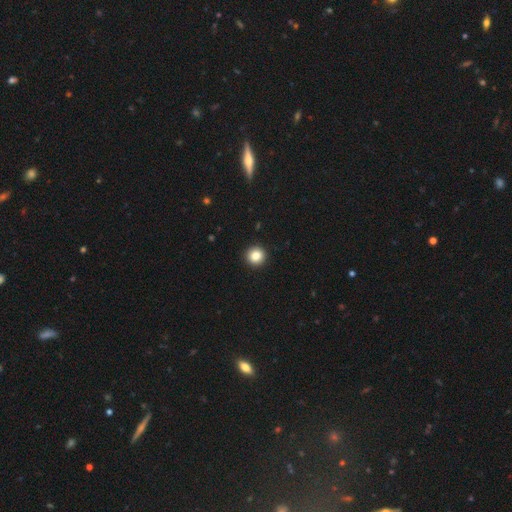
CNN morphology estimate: type=smooth (86%); roundness=round (95%); merging=none (93%).